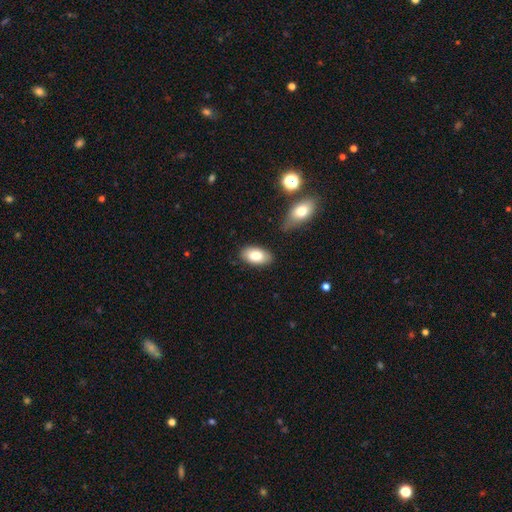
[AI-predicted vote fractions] smooth 81%, featured or disk 12%, star or artifact 7%. Down the decision tree: how rounded — in between (94%); merging — none (82%).